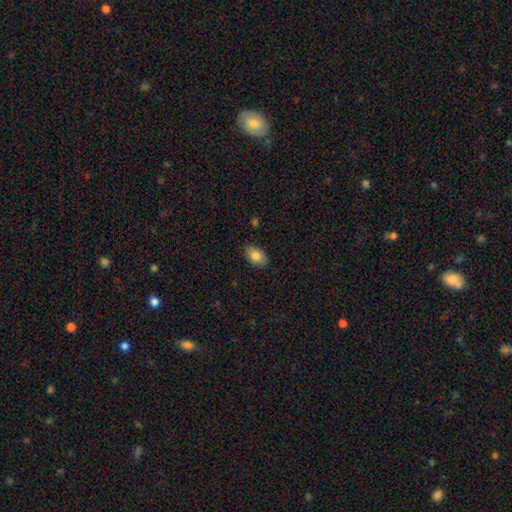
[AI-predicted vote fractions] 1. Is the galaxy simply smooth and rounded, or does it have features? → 83% smooth, 9% featured or disk, 8% star or artifact.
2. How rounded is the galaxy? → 90% in between, 8% round, 2% cigar-shaped.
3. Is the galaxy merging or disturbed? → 84% none, 12% minor disturbance, 2% major disturbance, 1% merger.